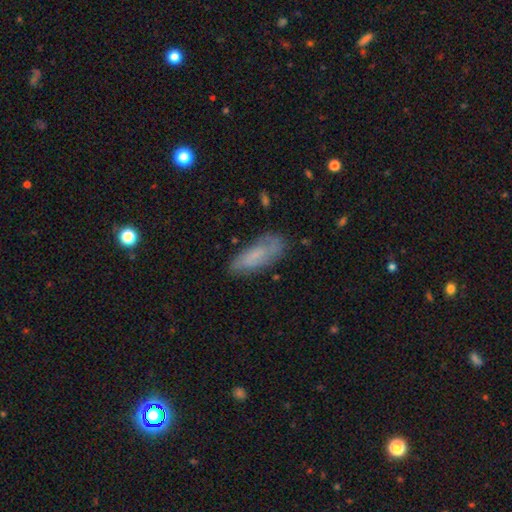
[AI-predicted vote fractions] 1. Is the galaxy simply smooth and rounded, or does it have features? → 60% smooth, 32% featured or disk, 9% star or artifact.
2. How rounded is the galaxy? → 68% in between, 30% cigar-shaped, 2% round.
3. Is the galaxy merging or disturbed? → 70% none, 22% minor disturbance, 7% major disturbance, 2% merger.